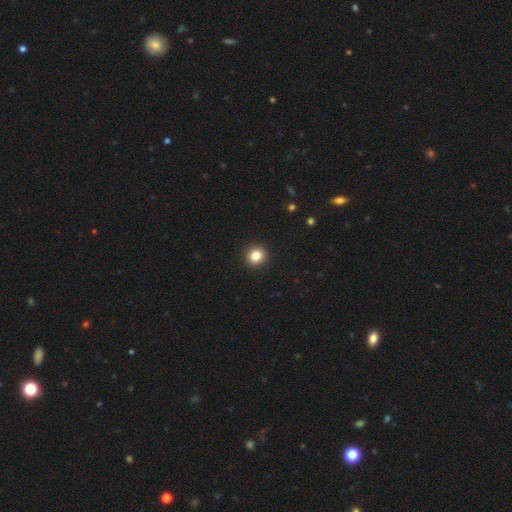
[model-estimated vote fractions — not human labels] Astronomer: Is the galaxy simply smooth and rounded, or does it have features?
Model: smooth — 84%.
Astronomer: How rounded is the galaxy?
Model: round — 84%.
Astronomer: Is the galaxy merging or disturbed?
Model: none — 93%.